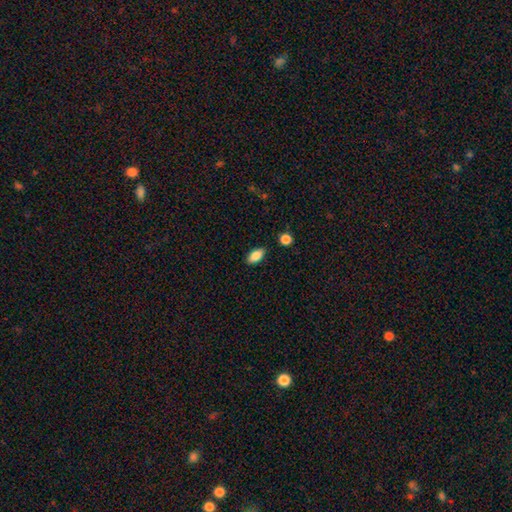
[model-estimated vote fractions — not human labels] Q: Smooth or featured?
A: smooth (86%); runner-up: star or artifact (8%)
Q: How rounded?
A: in between (90%); runner-up: cigar-shaped (6%)
Q: Merging?
A: none (85%); runner-up: minor disturbance (10%)